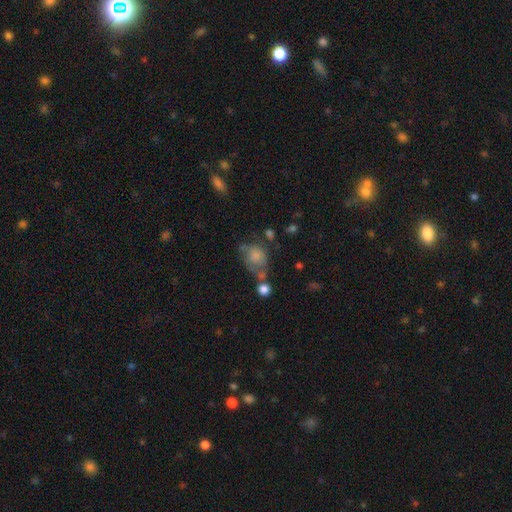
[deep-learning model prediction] Overall: smooth (68%). How rounded: in between (52%; round 47%). Merging: none (32%; minor disturbance 25%).